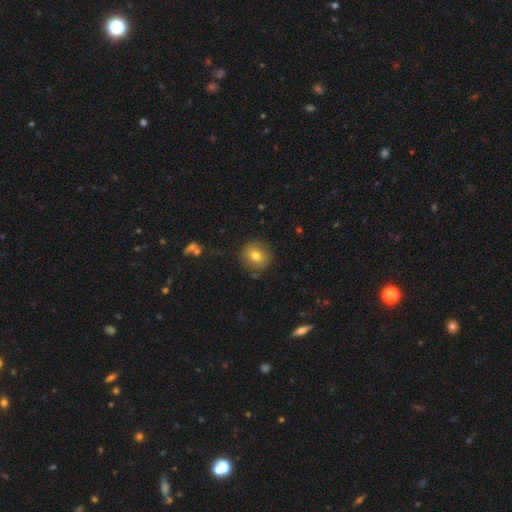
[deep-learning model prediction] A smooth galaxy with no disk features (76%) that is round (85%).

Vote fractions:
- Smooth or featured? smooth: 76% / featured or disk: 13% / star or artifact: 11%
- How rounded? round: 85% / in between: 14% / cigar-shaped: 1%
- Merging? none: 86% / minor disturbance: 10% / major disturbance: 3% / merger: 2%